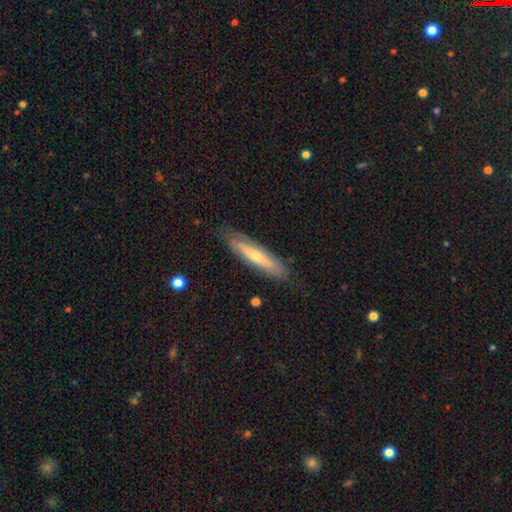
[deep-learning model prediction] Q: Smooth or featured?
A: featured or disk (52%); runner-up: smooth (42%)
Q: Edge-on disk?
A: yes (68%); runner-up: no (32%)
Q: Merging?
A: none (82%); runner-up: minor disturbance (14%)